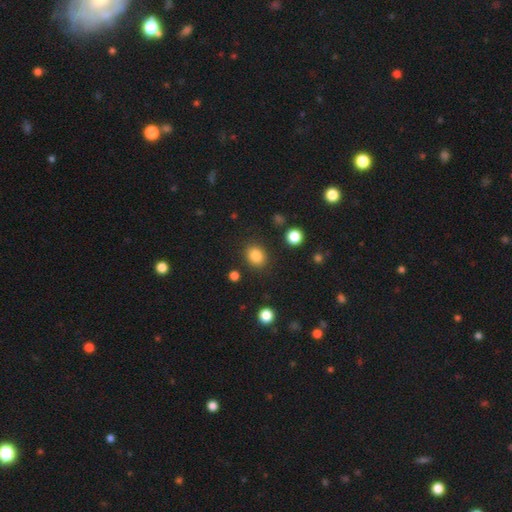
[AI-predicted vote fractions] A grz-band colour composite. It shows a smooth galaxy with no disk features (85%) that is round (57%). Merging: none (86%).